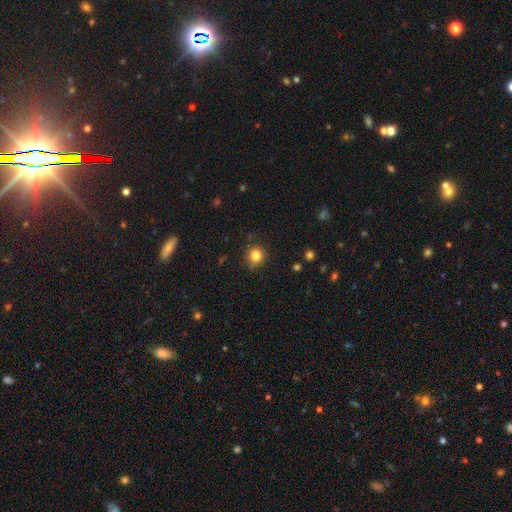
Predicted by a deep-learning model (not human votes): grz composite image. It shows a smooth galaxy with no disk features (83%) that is round (90%). Merging: none (84%).